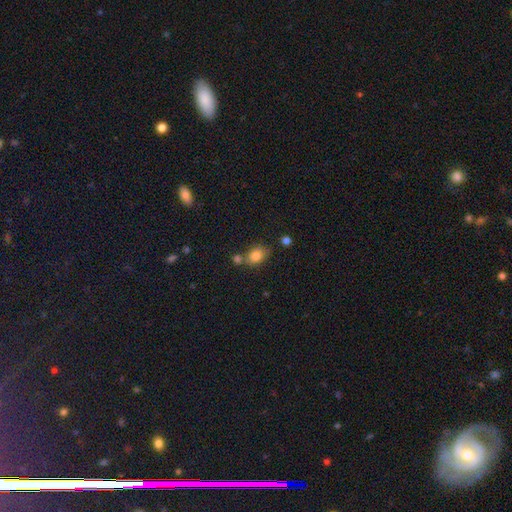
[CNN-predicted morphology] This is clearly a smooth galaxy (83%). How rounded: likely in between (62%). Merging: likely none (60%).